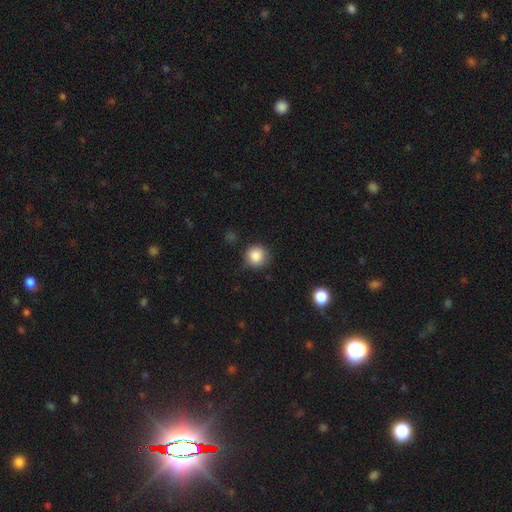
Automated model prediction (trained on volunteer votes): Overall: smooth (87%). How rounded: round (92%). Merging: none (82%).